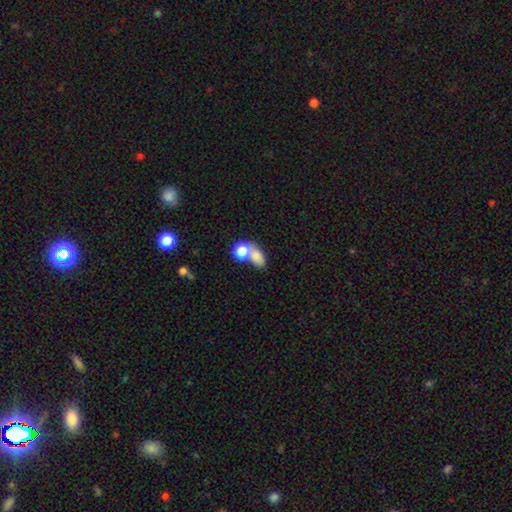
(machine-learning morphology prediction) Smooth or featured?
  - smooth: 77% *
  - featured or disk: 12%
  - star or artifact: 10%
How rounded?
  - in between: 70% *
  - round: 28%
  - cigar-shaped: 2%
Merging?
  - merger: 57% *
  - none: 28%
  - minor disturbance: 9%
  - major disturbance: 7%